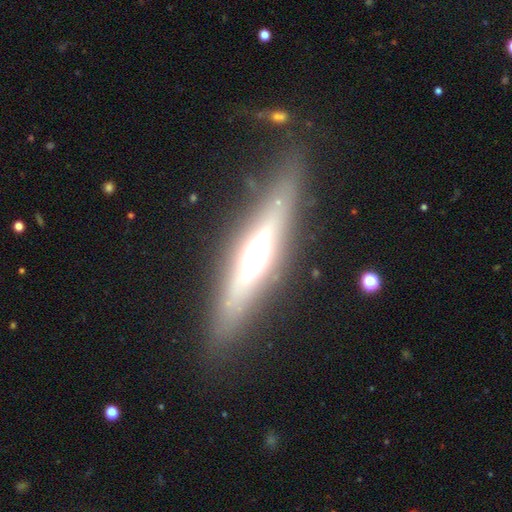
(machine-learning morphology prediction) This appears to be a featured or disk galaxy (72%) viewed edge-on (90%) with a rounded central bulge (81%). Merging: none (82%).